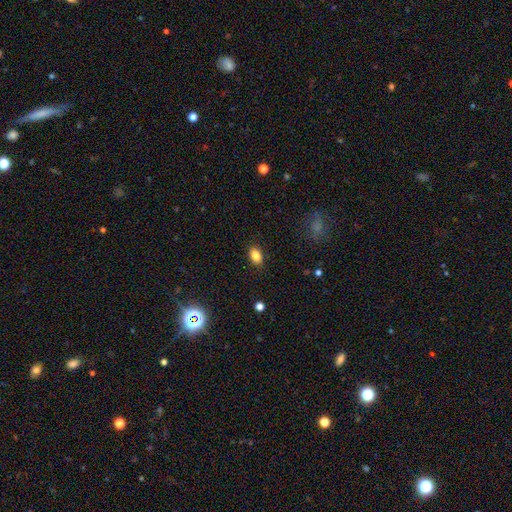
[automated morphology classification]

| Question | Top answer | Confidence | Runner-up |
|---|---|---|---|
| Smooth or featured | smooth | 84% | star or artifact (10%) |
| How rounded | in between | 85% | round (14%) |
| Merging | none | 87% | minor disturbance (9%) |